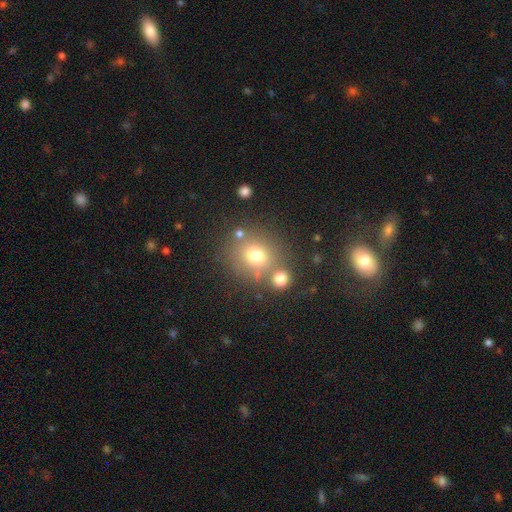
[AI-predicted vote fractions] smooth-or-featured: smooth: 71% | star or artifact: 16% | featured or disk: 13%
  how-rounded: round: 81% | in between: 18% | cigar-shaped: 1%
  merging: none: 66% | merger: 18% | minor disturbance: 11% | major disturbance: 5%